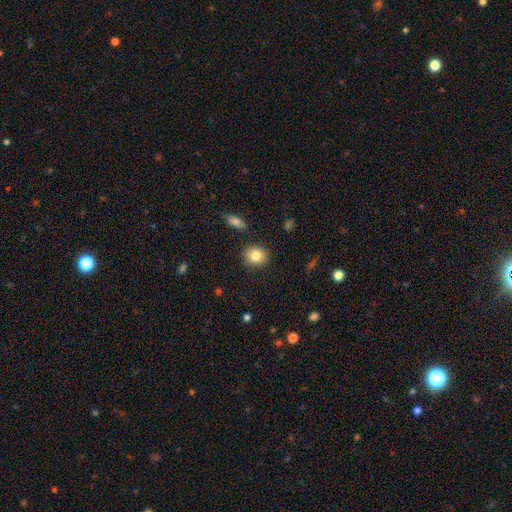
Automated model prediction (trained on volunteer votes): This is clearly a smooth galaxy (82%). How rounded: likely round (78%). Merging: clearly none (88%).